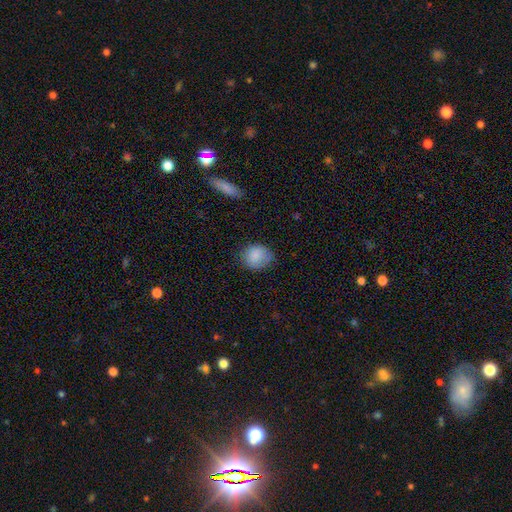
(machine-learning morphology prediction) smooth_or_featured: smooth (p=0.87) [alt: star or artifact p=0.08]
how_rounded: round (p=0.60) [alt: in between p=0.39]
merging: none (p=0.71) [alt: minor disturbance p=0.23]